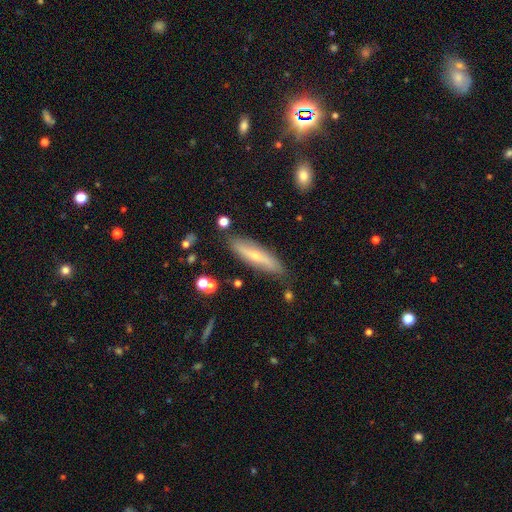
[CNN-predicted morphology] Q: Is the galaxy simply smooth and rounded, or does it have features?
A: featured or disk — 52%.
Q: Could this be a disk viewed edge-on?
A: yes — 64%.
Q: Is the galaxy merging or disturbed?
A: none — 81%.